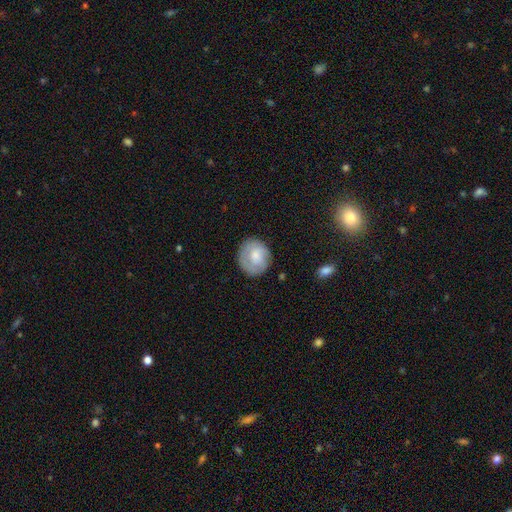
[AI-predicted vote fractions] The model was most divided on "smooth or featured": smooth: 65%, featured or disk: 28%, star or artifact: 7%. More confident: how rounded — round (79%); merging — none (76%).